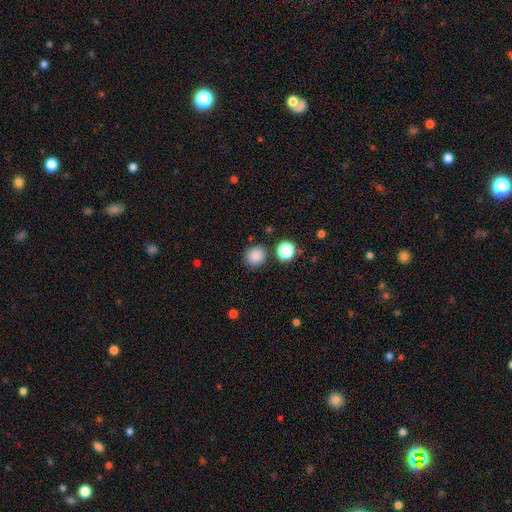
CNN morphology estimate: The model was most divided on "smooth or featured": smooth: 85%, star or artifact: 11%, featured or disk: 4%. More confident: how rounded — round (87%); merging — none (84%).